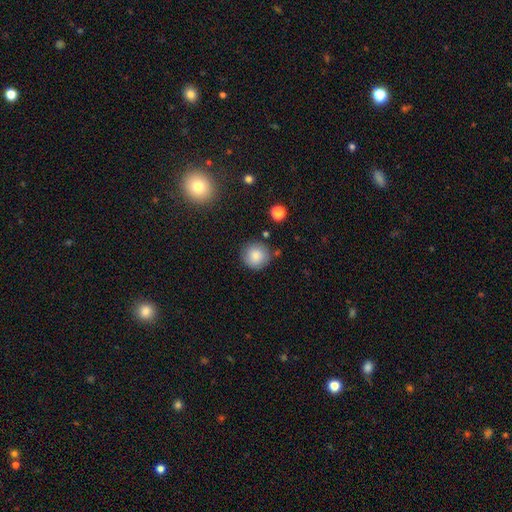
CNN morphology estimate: A smooth galaxy with no disk features (84%) that is round (93%).

Vote fractions:
- Smooth or featured? smooth: 84% / star or artifact: 9% / featured or disk: 7%
- How rounded? round: 93% / in between: 6% / cigar-shaped: 1%
- Merging? none: 84% / minor disturbance: 11% / merger: 3% / major disturbance: 3%